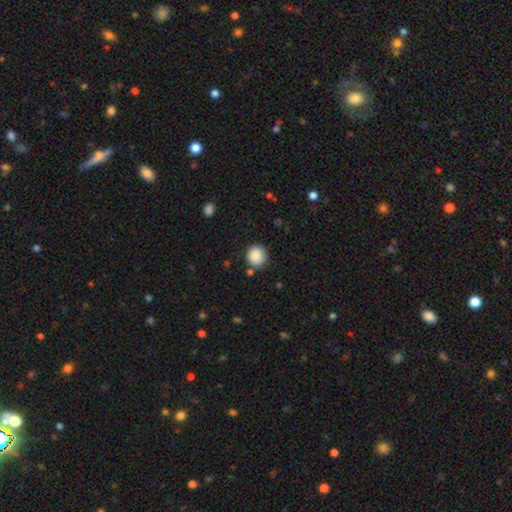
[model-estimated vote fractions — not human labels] Smooth or featured? Predicted: smooth (p=0.88). How rounded? Predicted: round (p=0.87). Merging? Predicted: none (p=0.83).